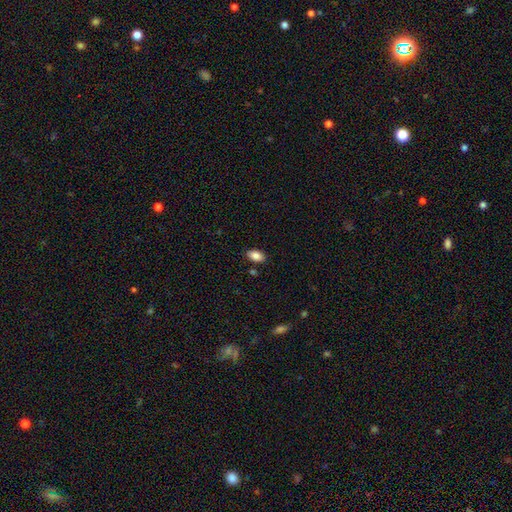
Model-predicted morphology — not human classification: smooth-or-featured: smooth: 86% | star or artifact: 8% | featured or disk: 6%
  how-rounded: in between: 92% | round: 6% | cigar-shaped: 2%
  merging: none: 85% | minor disturbance: 10% | merger: 3% | major disturbance: 2%